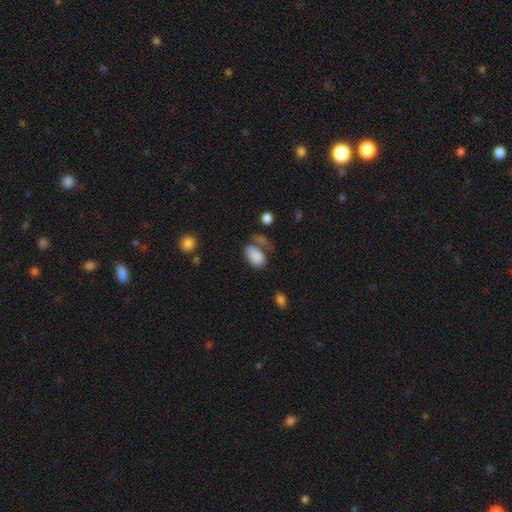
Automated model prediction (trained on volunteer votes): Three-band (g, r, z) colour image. It shows a smooth galaxy with no disk features (85%) that is in between round and cigar-shaped (92%). Merging: none (49%).